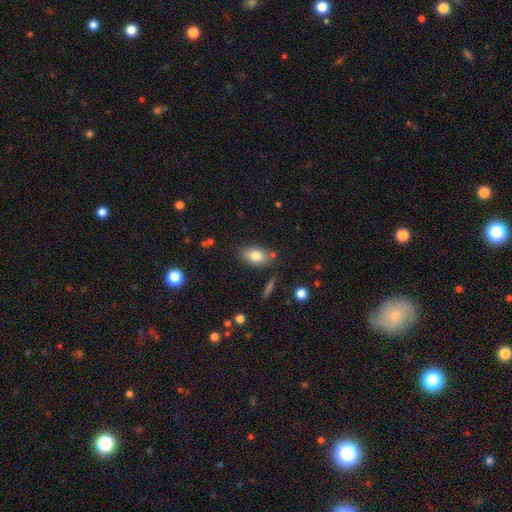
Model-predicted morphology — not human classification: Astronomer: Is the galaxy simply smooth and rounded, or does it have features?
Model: smooth — 80%.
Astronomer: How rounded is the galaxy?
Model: in between — 85%.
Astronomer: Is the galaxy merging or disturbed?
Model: none — 77%.